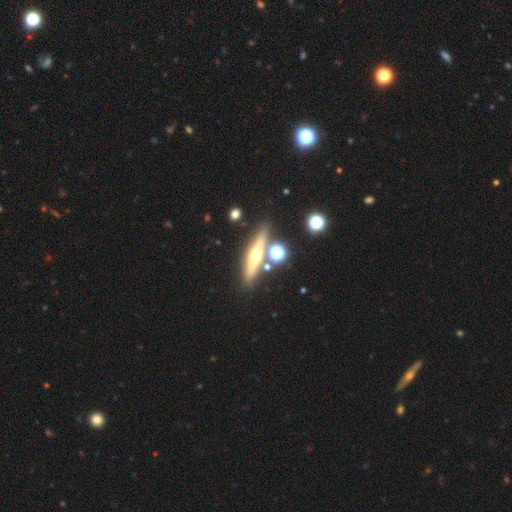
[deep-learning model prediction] smooth_or_featured: featured or disk (p=0.61) [alt: smooth p=0.27]
disk_edge_on: yes (p=0.91) [alt: no p=0.09]
edge_on_bulge: rounded (p=0.94) [alt: none p=0.03]
merging: none (p=0.79) [alt: minor disturbance p=0.09]